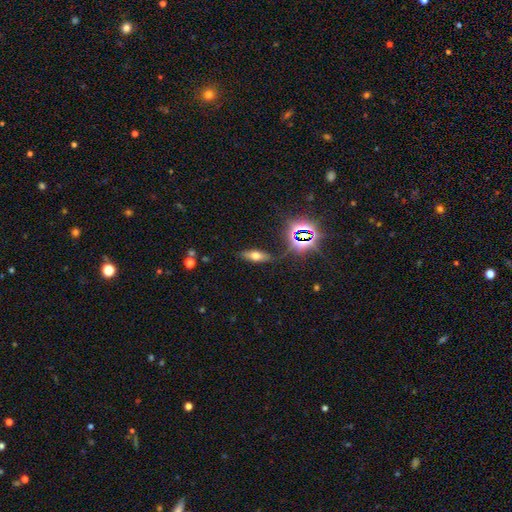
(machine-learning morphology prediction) Smooth or featured? Predicted: smooth (p=0.52). How rounded? Predicted: in between (p=0.61). Merging? Predicted: none (p=0.82).